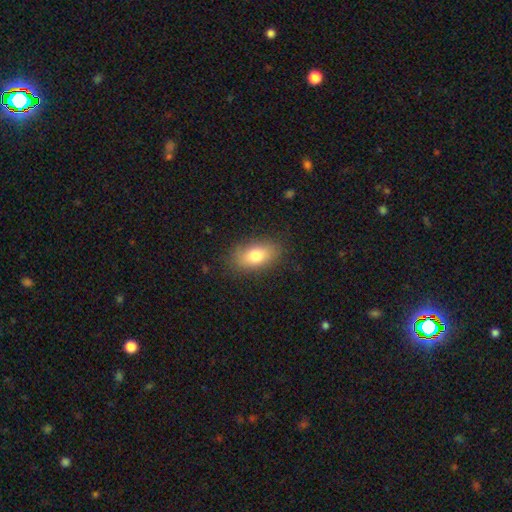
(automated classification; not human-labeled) This is likely a smooth galaxy (77%). How rounded: clearly in between (88%). Merging: clearly none (82%).